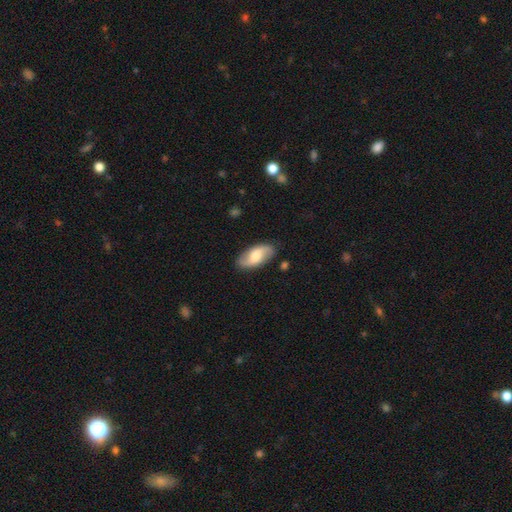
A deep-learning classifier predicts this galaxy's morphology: featured or disk 58%, smooth 36%, star or artifact 6%. Down the decision tree: edge-on disk — no (93%); bar — no (44%); spiral arms — yes (88%); bulge size — moderate (58%); merging — none (85%).